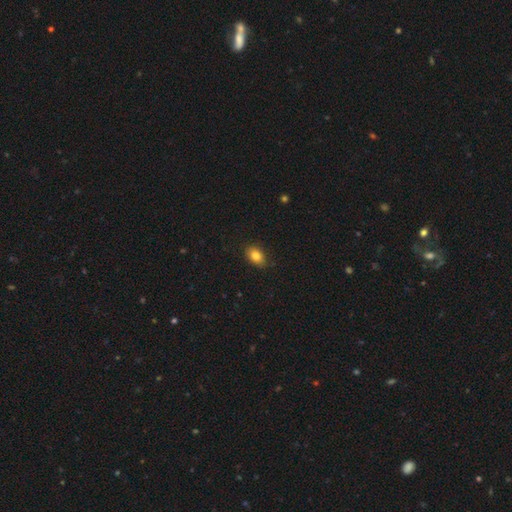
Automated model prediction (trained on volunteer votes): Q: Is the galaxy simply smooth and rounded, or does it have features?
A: smooth — 84%.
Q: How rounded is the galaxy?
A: in between — 82%.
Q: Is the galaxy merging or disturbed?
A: none — 84%.